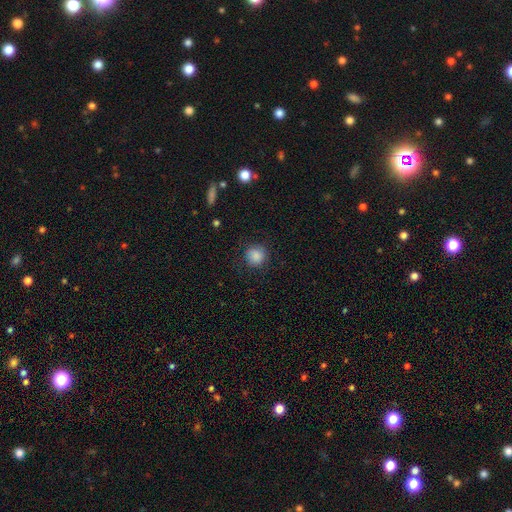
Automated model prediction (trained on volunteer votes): Smooth or featured? Predicted: smooth (p=0.86). How rounded? Predicted: round (p=0.89). Merging? Predicted: none (p=0.82).